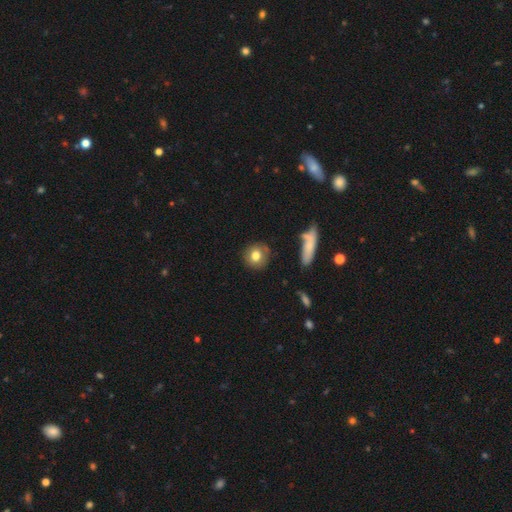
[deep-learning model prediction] Smooth or featured? smooth (78%)
How rounded? round (86%)
Merging? none (81%)